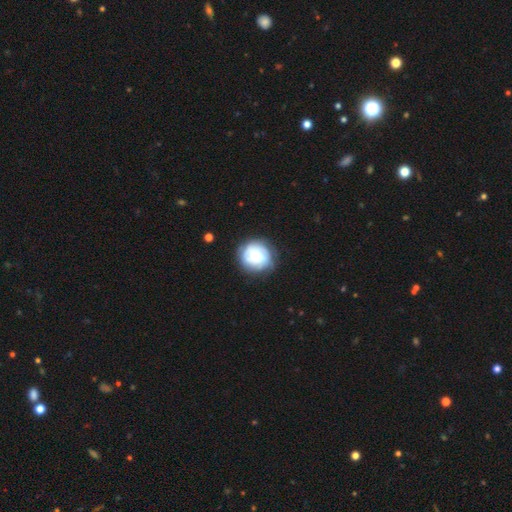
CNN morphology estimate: Smooth or featured? smooth (48%)
Merging? none (74%)